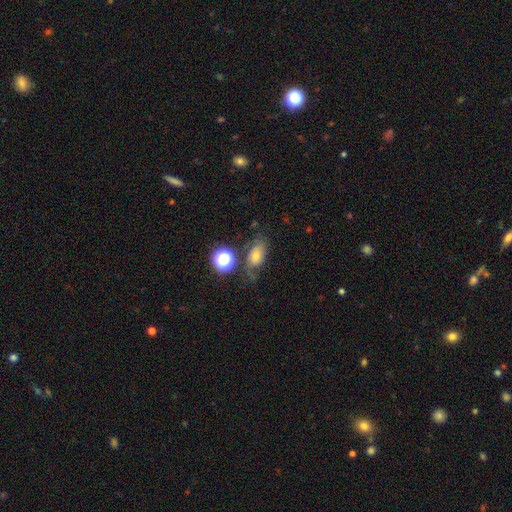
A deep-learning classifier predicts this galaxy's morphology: Smooth or featured?
  - smooth: 44% *
  - featured or disk: 35%
  - star or artifact: 22%
Merging?
  - none: 56% *
  - minor disturbance: 23%
  - major disturbance: 14%
  - merger: 8%